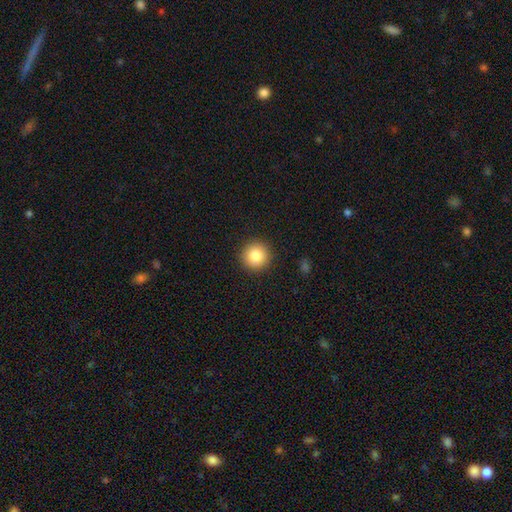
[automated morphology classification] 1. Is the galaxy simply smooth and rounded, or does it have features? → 84% smooth, 10% star or artifact, 7% featured or disk.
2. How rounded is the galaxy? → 95% round, 4% in between, 1% cigar-shaped.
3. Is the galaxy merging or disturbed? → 92% none, 5% minor disturbance, 2% major disturbance, 1% merger.